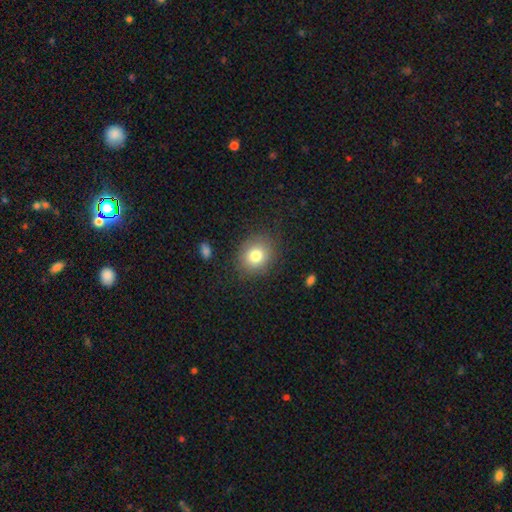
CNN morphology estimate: A smooth galaxy with no disk features (79%) that is round (74%).

Vote fractions:
- Smooth or featured? smooth: 79% / star or artifact: 11% / featured or disk: 10%
- How rounded? round: 74% / in between: 26% / cigar-shaped: 1%
- Merging? none: 85% / minor disturbance: 10% / major disturbance: 4% / merger: 1%